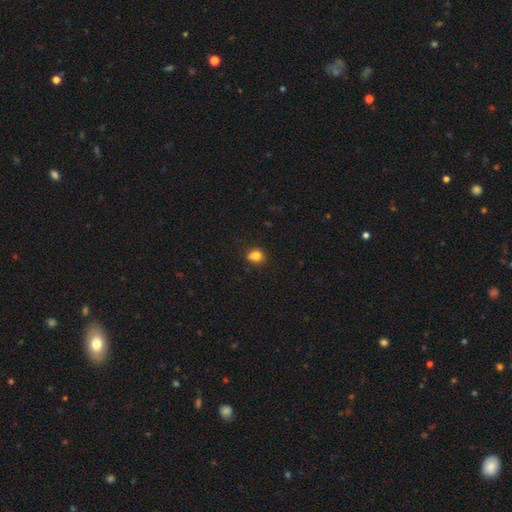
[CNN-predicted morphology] smooth_or_featured: smooth (p=0.82) [alt: star or artifact p=0.11]
how_rounded: round (p=0.53) [alt: in between p=0.46]
merging: none (p=0.75) [alt: minor disturbance p=0.18]